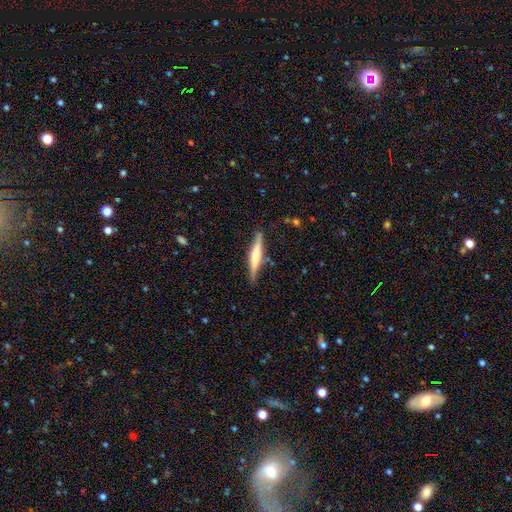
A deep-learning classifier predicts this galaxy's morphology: smooth-or-featured: featured or disk: 51% | smooth: 43% | star or artifact: 6%
  disk-edge-on: yes: 96% | no: 4%
  merging: none: 83% | minor disturbance: 12% | major disturbance: 2% | merger: 2%